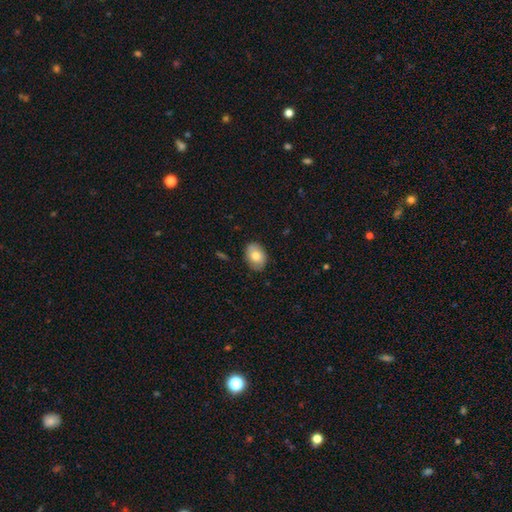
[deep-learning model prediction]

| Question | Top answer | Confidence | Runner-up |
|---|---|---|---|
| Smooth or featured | smooth | 77% | featured or disk (16%) |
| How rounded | in between | 77% | round (22%) |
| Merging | none | 86% | minor disturbance (10%) |